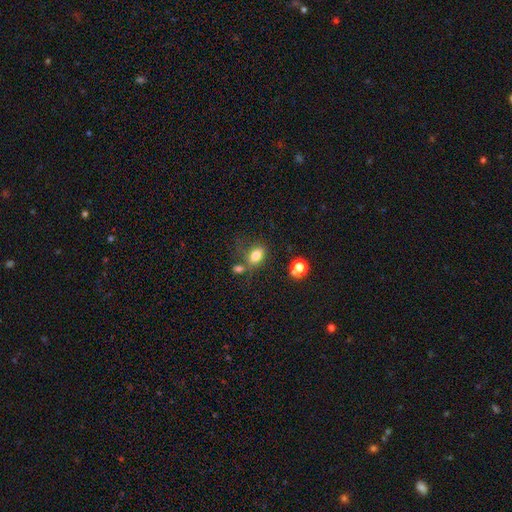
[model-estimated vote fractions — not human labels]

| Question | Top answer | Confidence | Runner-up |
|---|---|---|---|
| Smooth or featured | smooth | 77% | star or artifact (12%) |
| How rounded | in between | 80% | round (17%) |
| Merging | none | 56% | merger (18%) |